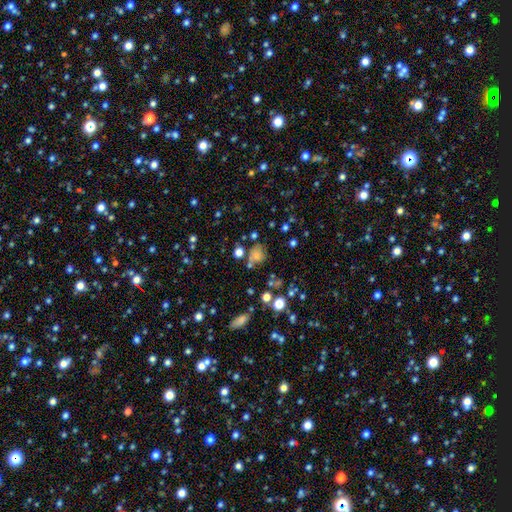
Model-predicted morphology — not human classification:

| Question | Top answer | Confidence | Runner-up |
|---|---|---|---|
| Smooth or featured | smooth | 66% | star or artifact (19%) |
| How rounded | round | 64% | in between (35%) |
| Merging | none | 54% | minor disturbance (21%) |